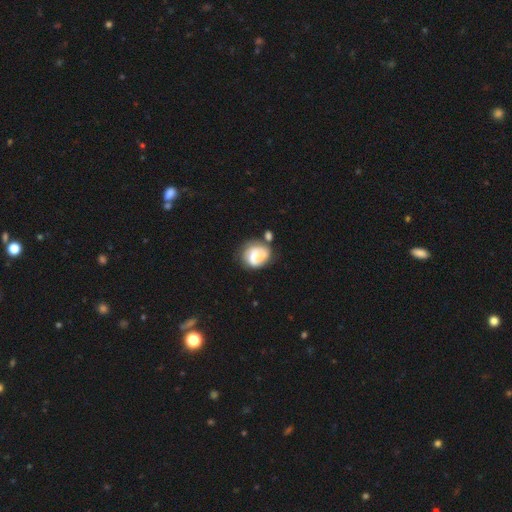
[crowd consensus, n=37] Overall: featured or disk (49%; smooth 46%). Edge-on disk: no (100%). Bar: no (78%). Spiral arms: yes (56%; no 44%). Spiral arm count: 2 (40%, tied with can't tell). Spiral winding: tight (80%). Bulge size: small (50%; large 17%). Merging: minor disturbance (34%; none 31%).